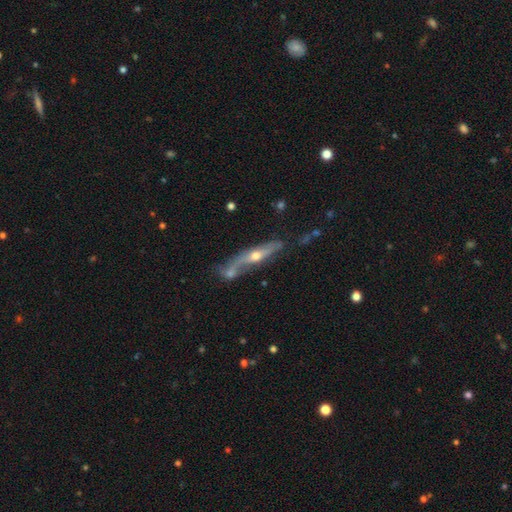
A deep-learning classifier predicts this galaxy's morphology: The model was most divided on "merging": none: 47%, minor disturbance: 23%, merger: 18%, major disturbance: 12%. More confident: edge-on bulge — rounded (89%); edge-on disk — yes (77%); smooth or featured — featured or disk (69%).